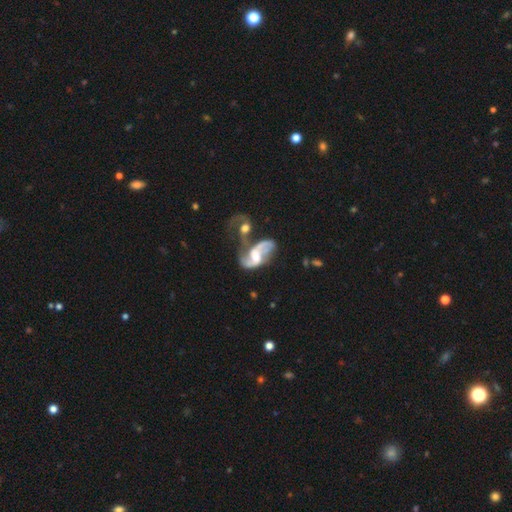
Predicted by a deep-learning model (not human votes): Overall: featured or disk (83%). Edge-on disk: no (97%). Bar: weak (43%, tied with no). Spiral arms: yes (90%). Spiral arm count: 2 (82%). Spiral winding: loose (58%; medium 33%). Bulge size: moderate (46%; small 23%). Merging: merger (55%; major disturbance 19%).